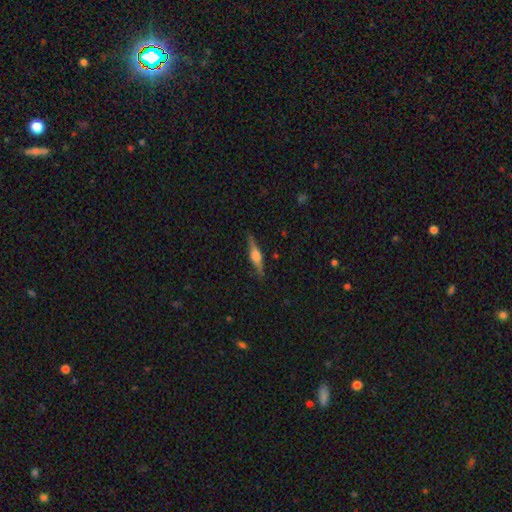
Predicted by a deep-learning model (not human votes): smooth_or_featured: featured or disk (p=0.73) [alt: smooth p=0.21]
disk_edge_on: yes (p=0.97) [alt: no p=0.03]
edge_on_bulge: rounded (p=0.84) [alt: boxy p=0.13]
merging: none (p=0.88) [alt: minor disturbance p=0.09]